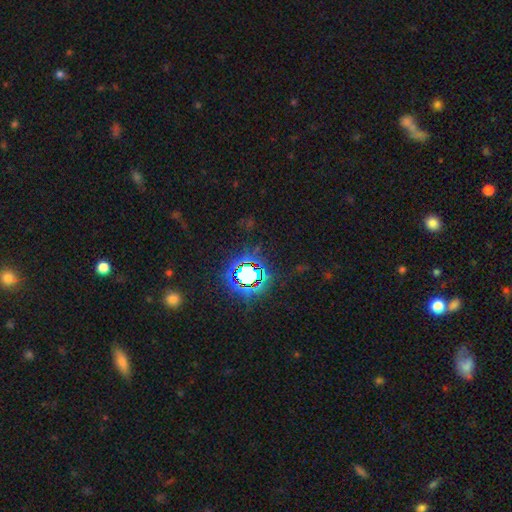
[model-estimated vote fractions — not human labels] A star or artifact, not a galaxy (75%).